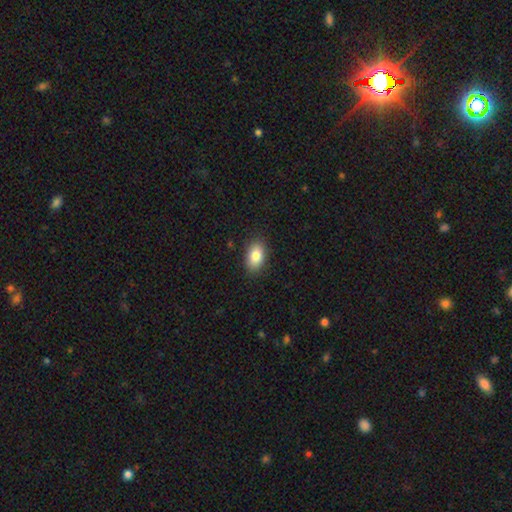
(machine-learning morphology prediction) Smooth or featured?
  - smooth: 83% *
  - featured or disk: 9%
  - star or artifact: 8%
How rounded?
  - in between: 89% *
  - round: 10%
  - cigar-shaped: 2%
Merging?
  - none: 88% *
  - minor disturbance: 9%
  - major disturbance: 2%
  - merger: 1%